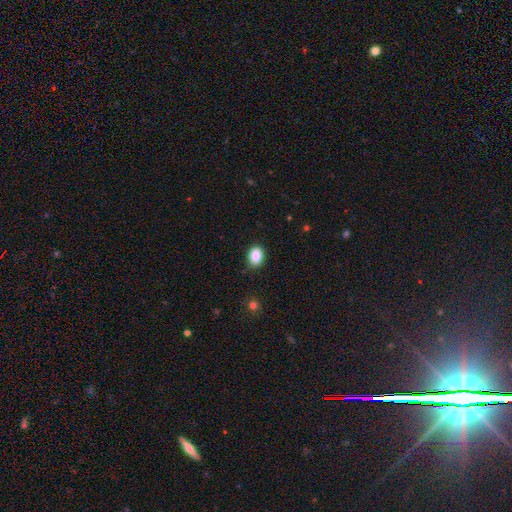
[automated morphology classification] smooth 88%, star or artifact 8%, featured or disk 3%. Down the decision tree: how rounded — in between (75%); merging — none (86%).